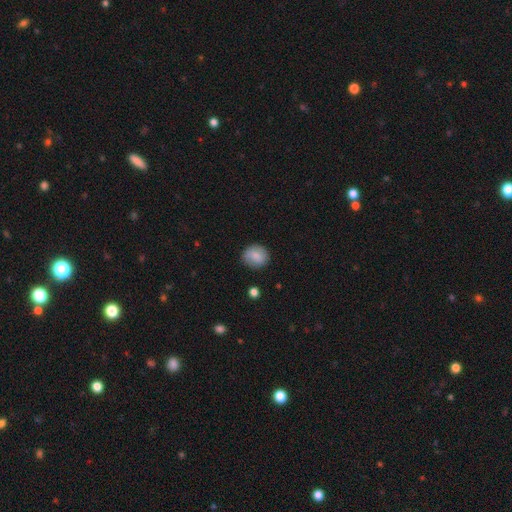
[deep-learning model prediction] Smooth or featured? smooth (81%)
How rounded? round (80%)
Merging? none (81%)